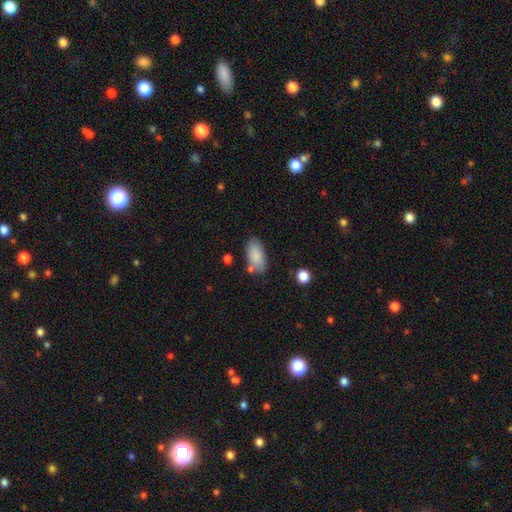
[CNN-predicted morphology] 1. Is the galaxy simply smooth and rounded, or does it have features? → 87% smooth, 7% star or artifact, 6% featured or disk.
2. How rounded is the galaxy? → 93% in between, 5% cigar-shaped, 3% round.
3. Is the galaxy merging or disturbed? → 72% none, 16% minor disturbance, 7% merger, 4% major disturbance.